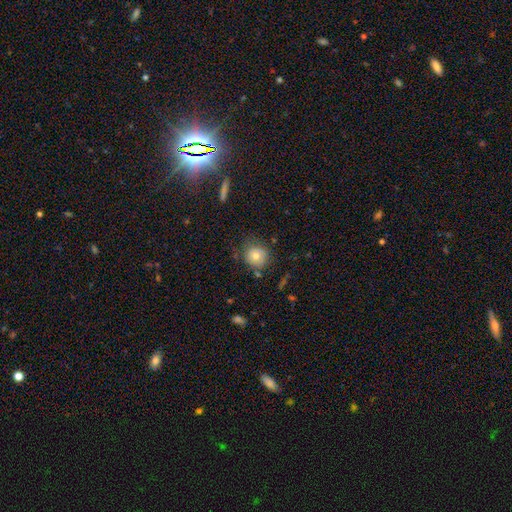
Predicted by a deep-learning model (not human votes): A smooth galaxy with no disk features (76%) that is round (89%).

Vote fractions:
- Smooth or featured? smooth: 76% / featured or disk: 14% / star or artifact: 10%
- How rounded? round: 89% / in between: 10% / cigar-shaped: 1%
- Merging? none: 72% / minor disturbance: 19% / major disturbance: 6% / merger: 4%